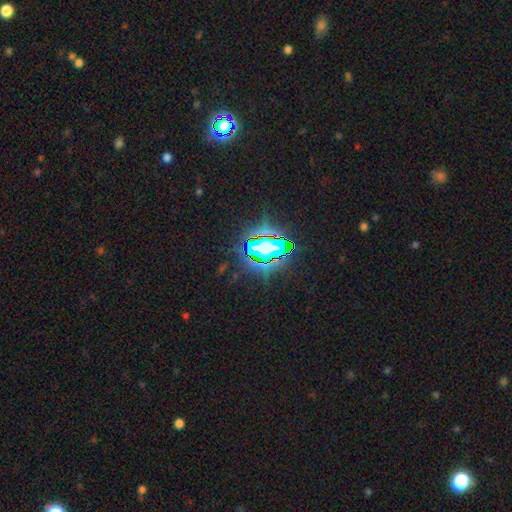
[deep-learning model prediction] A star or artifact, not a galaxy (70%).

Vote fractions:
- Smooth or featured? star or artifact: 70% / smooth: 17% / featured or disk: 13%